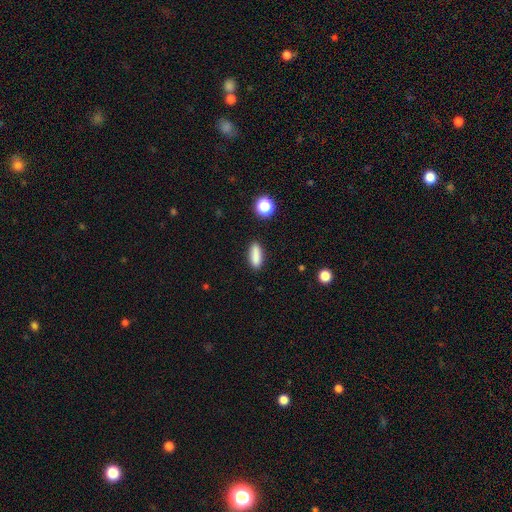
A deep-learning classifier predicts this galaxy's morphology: This appears to be a smooth galaxy with no disk features (86%) that is in between round and cigar-shaped (57%). Merging: none (87%).